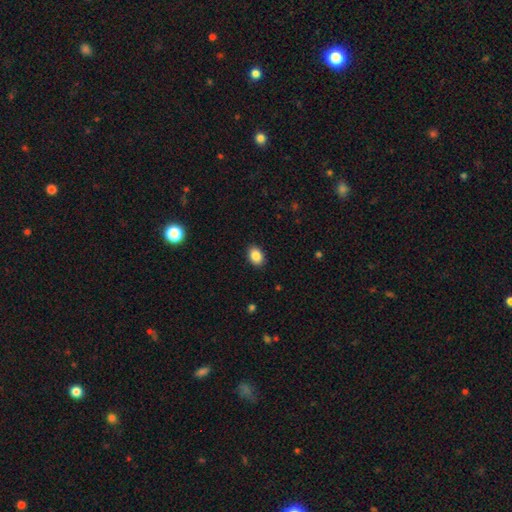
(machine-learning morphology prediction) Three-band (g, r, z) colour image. It shows a smooth galaxy with no disk features (87%) that is in between round and cigar-shaped (77%). Merging: none (90%).